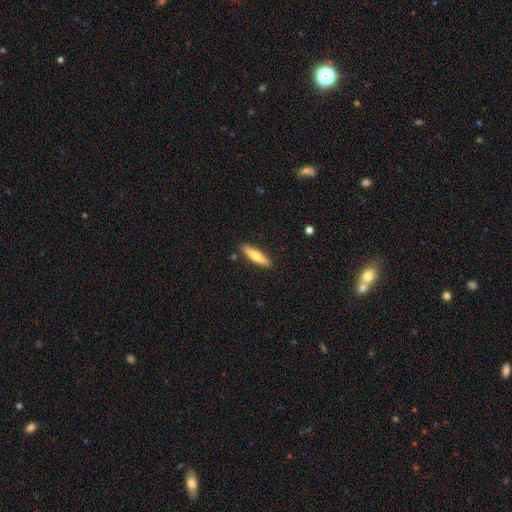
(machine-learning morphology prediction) A smooth galaxy with no disk features (67%) that is cigar-shaped (74%).

Vote fractions:
- Smooth or featured? smooth: 67% / featured or disk: 28% / star or artifact: 6%
- How rounded? cigar-shaped: 74% / in between: 25% / round: 2%
- Merging? none: 88% / minor disturbance: 8% / major disturbance: 2% / merger: 2%